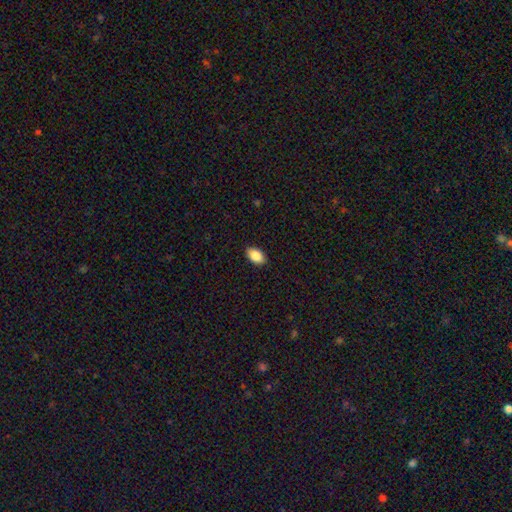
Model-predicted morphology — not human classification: Smooth or featured: smooth — 87% (star or artifact — 7%)
How rounded: in between — 92% (round — 6%)
Merging: none — 89% (minor disturbance — 8%)